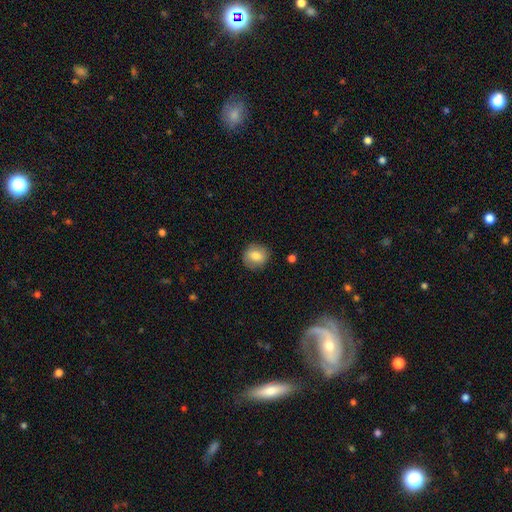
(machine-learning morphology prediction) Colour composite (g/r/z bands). It shows a smooth galaxy with no disk features (79%) that is round (83%). Merging: none (86%).